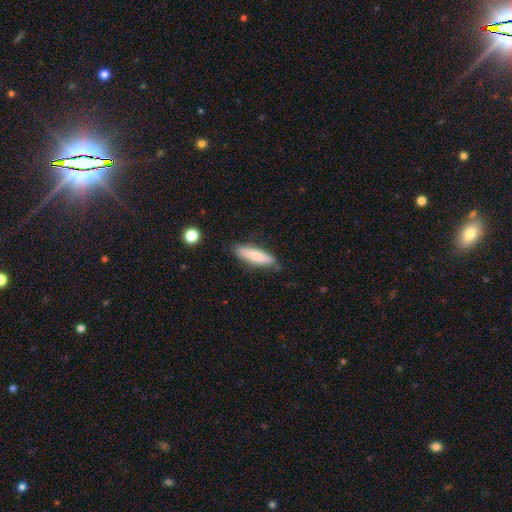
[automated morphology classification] Smooth or featured?
  - smooth: 80% *
  - featured or disk: 14%
  - star or artifact: 6%
How rounded?
  - cigar-shaped: 66% *
  - in between: 32%
  - round: 1%
Merging?
  - none: 76% *
  - minor disturbance: 18%
  - major disturbance: 3%
  - merger: 2%